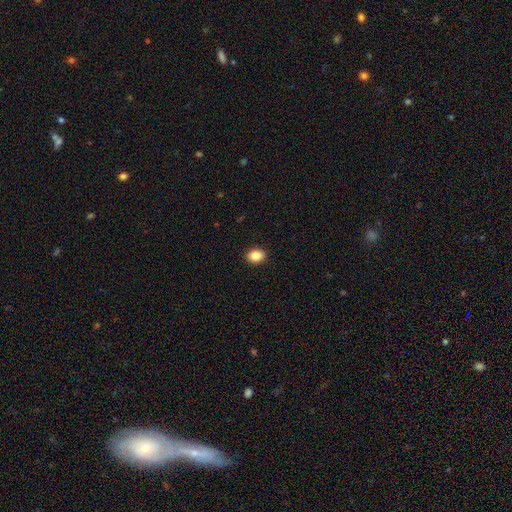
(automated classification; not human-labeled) This is clearly a smooth galaxy (86%). How rounded: likely in between (65%). Merging: clearly none (91%).